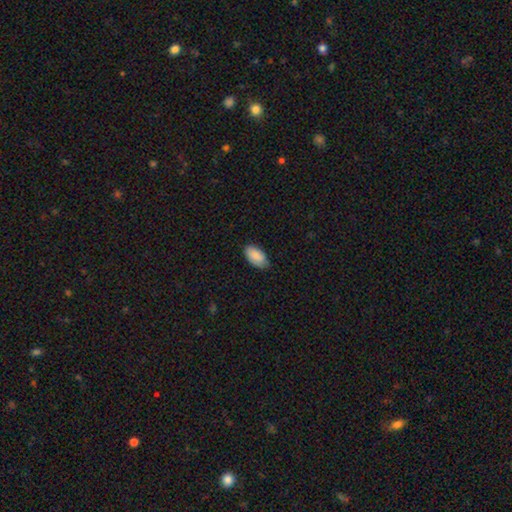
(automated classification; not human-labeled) Smooth or featured? smooth (88%)
How rounded? in between (95%)
Merging? none (78%)